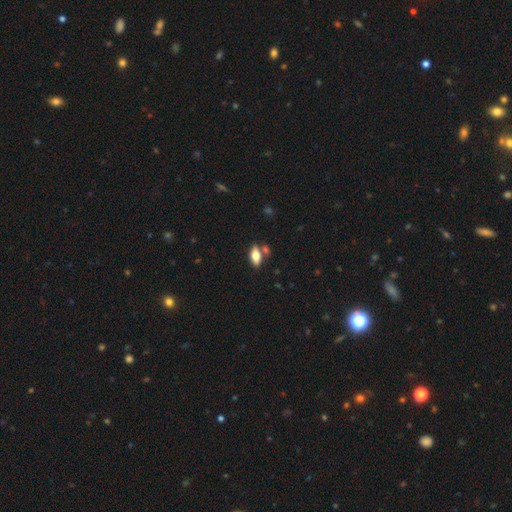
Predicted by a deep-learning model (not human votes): Overall: smooth (68%). How rounded: in between (83%). Merging: none (70%).